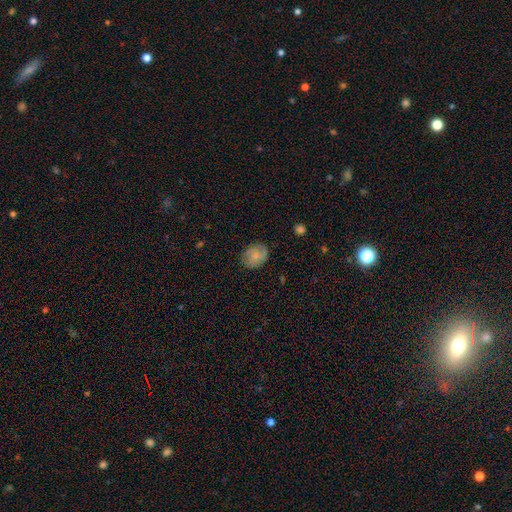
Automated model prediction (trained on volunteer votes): Morphology: type=smooth (70%); roundness=round (50%); merging=none (78%).